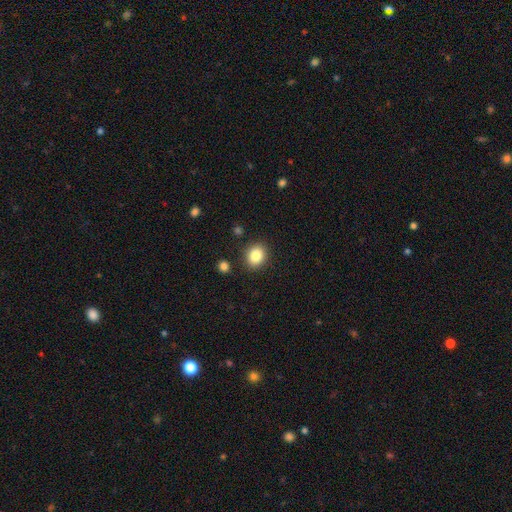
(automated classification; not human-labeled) This appears to be a smooth galaxy with no disk features (85%) that is round (70%). Merging: none (88%).